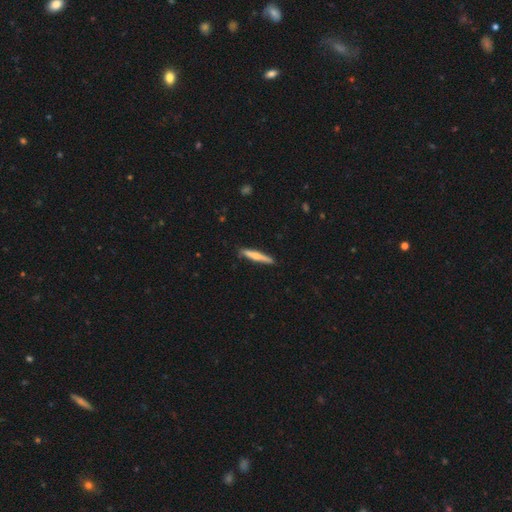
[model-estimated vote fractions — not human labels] Q: Smooth or featured?
A: smooth (59%); runner-up: featured or disk (36%)
Q: How rounded?
A: cigar-shaped (93%); runner-up: in between (6%)
Q: Merging?
A: none (86%); runner-up: minor disturbance (10%)